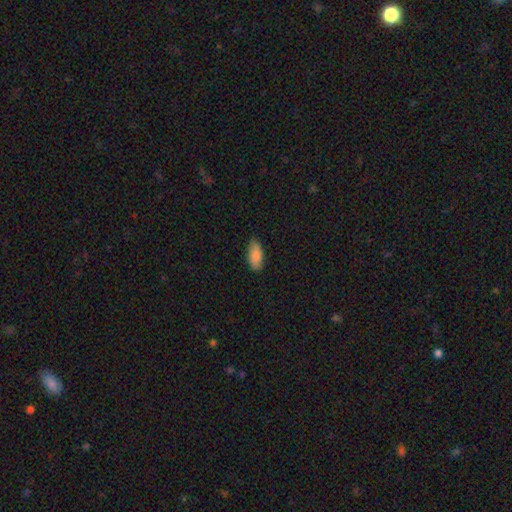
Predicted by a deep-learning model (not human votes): A smooth galaxy with no disk features (85%) that is in between round and cigar-shaped (88%).

Vote fractions:
- Smooth or featured? smooth: 85% / featured or disk: 9% / star or artifact: 6%
- How rounded? in between: 88% / cigar-shaped: 10% / round: 2%
- Merging? none: 85% / minor disturbance: 12% / major disturbance: 2% / merger: 1%